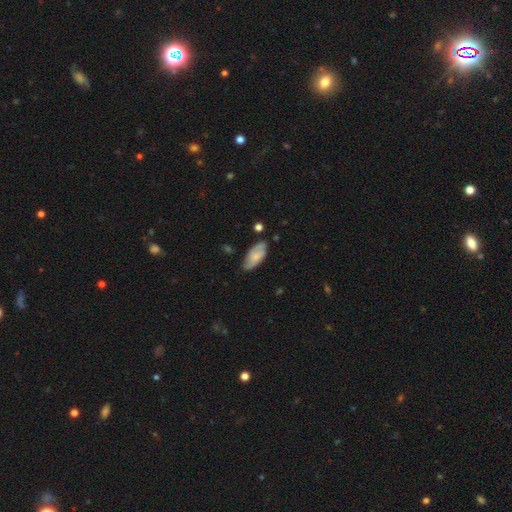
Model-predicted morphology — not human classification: Q: Smooth or featured?
A: smooth (57%); runner-up: featured or disk (36%)
Q: How rounded?
A: in between (86%); runner-up: cigar-shaped (12%)
Q: Merging?
A: none (69%); runner-up: minor disturbance (23%)